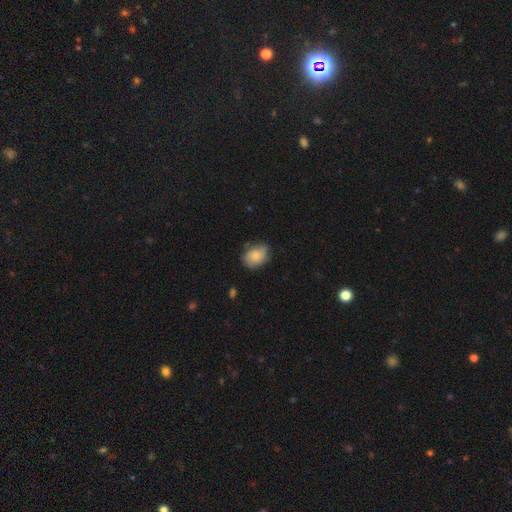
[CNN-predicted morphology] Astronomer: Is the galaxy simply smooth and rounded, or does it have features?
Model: smooth — 80%.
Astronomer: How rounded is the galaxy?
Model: in between — 69%.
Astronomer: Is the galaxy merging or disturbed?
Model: none — 67%.